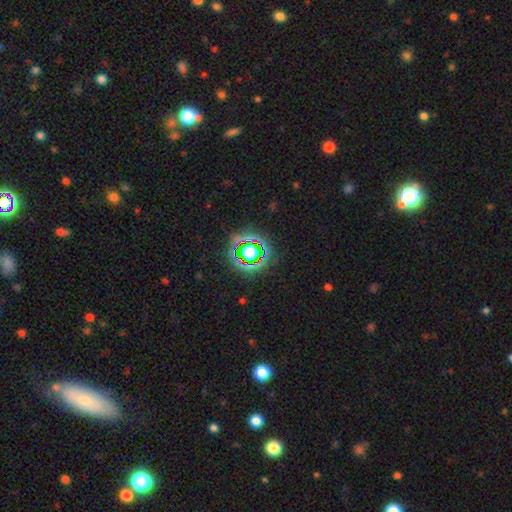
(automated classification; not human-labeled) star or artifact 68%, smooth 21%, featured or disk 11%.